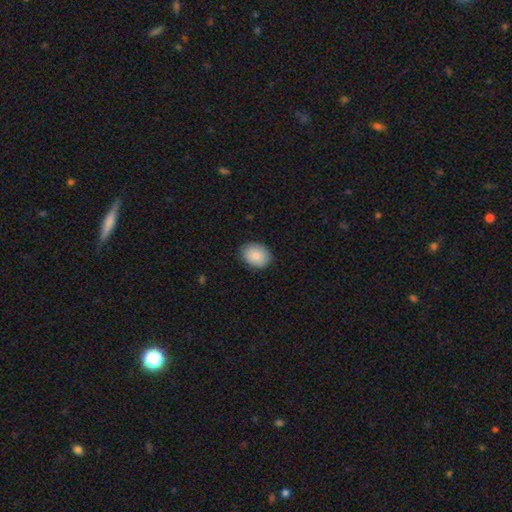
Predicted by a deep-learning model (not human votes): smooth-or-featured: smooth: 87% | star or artifact: 7% | featured or disk: 6%
  how-rounded: in between: 62% | round: 37% | cigar-shaped: 1%
  merging: none: 86% | minor disturbance: 11% | major disturbance: 2% | merger: 1%